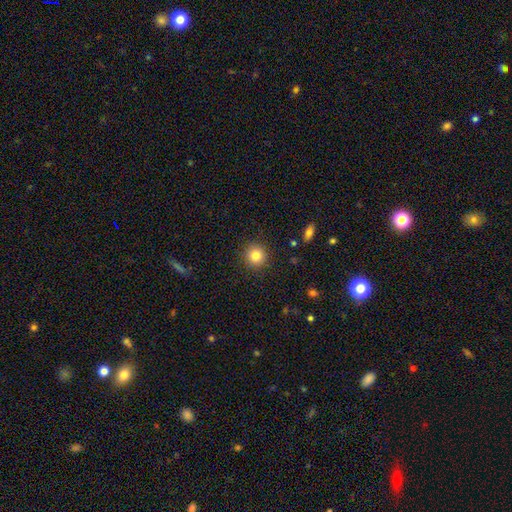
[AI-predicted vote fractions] Smooth or featured: smooth — 83% (star or artifact — 11%)
How rounded: round — 94% (in between — 5%)
Merging: none — 91% (minor disturbance — 6%)